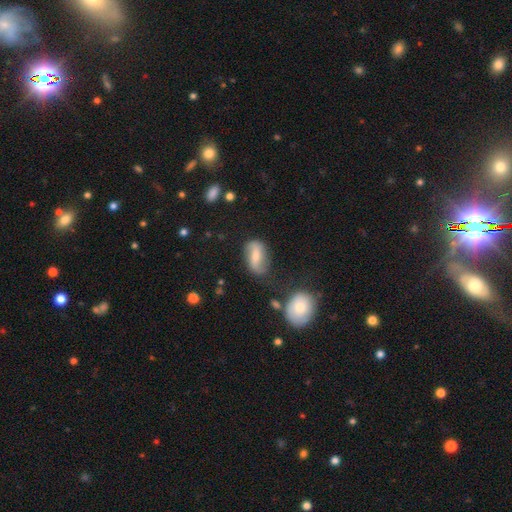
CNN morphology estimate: smooth-or-featured: featured or disk: 51% | smooth: 41% | star or artifact: 8%
  disk-edge-on: no: 91% | yes: 9%
  merging: none: 63% | minor disturbance: 22% | major disturbance: 9% | merger: 5%